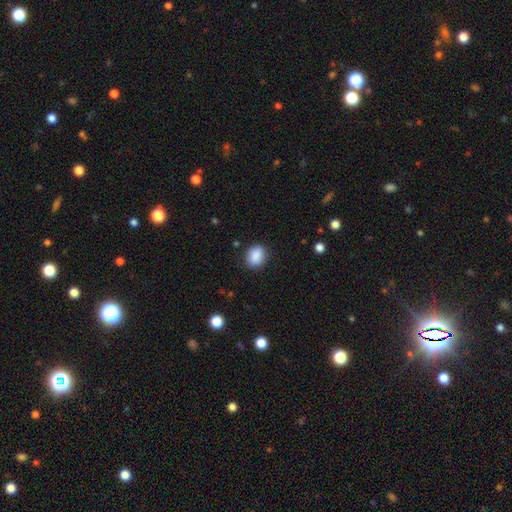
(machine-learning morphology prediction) Smooth or featured? Predicted: smooth (p=0.88). How rounded? Predicted: round (p=0.52). Merging? Predicted: none (p=0.85).